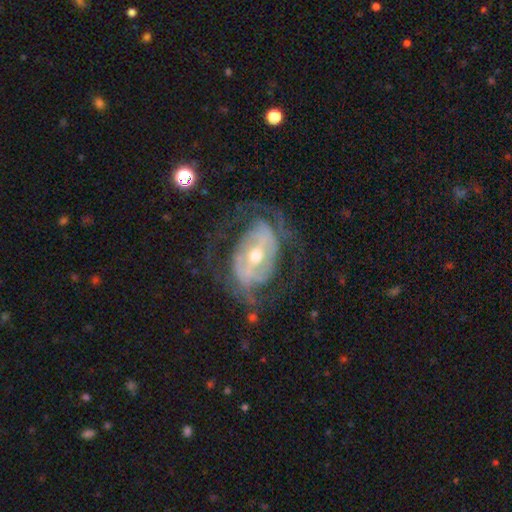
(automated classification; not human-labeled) smooth-or-featured: featured or disk: 86% | smooth: 9% | star or artifact: 5%
  disk-edge-on: no: 96% | yes: 4%
    bar: weak: 39% | strong: 35% | no: 25%
    has-spiral-arms: yes: 87% | no: 13%
      spiral-winding: medium: 42% | tight: 37% | loose: 21%
      spiral-arm-count: 2: 54% | can't tell: 22% | 3: 12% | 1: 5% | 4: 4% | more than 4: 3%
    bulge-size: moderate: 57% | small: 37% | large: 4% | none: 1% | dominant: 1%
  merging: none: 62% | major disturbance: 20% | minor disturbance: 17% | merger: 2%